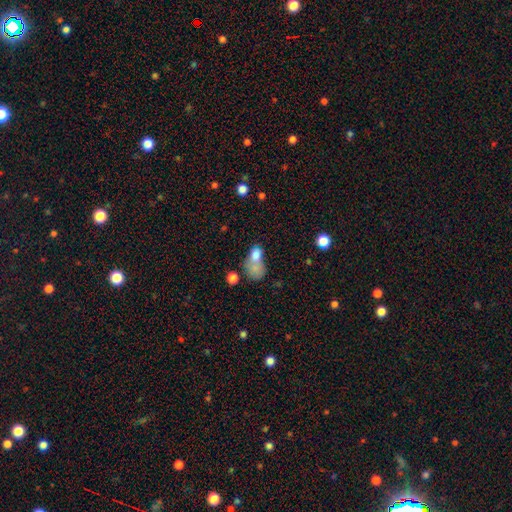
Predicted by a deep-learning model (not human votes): smooth-or-featured: smooth: 72% | featured or disk: 16% | star or artifact: 12%
  how-rounded: in between: 68% | round: 30% | cigar-shaped: 3%
  merging: merger: 55% | none: 18% | major disturbance: 15% | minor disturbance: 11%